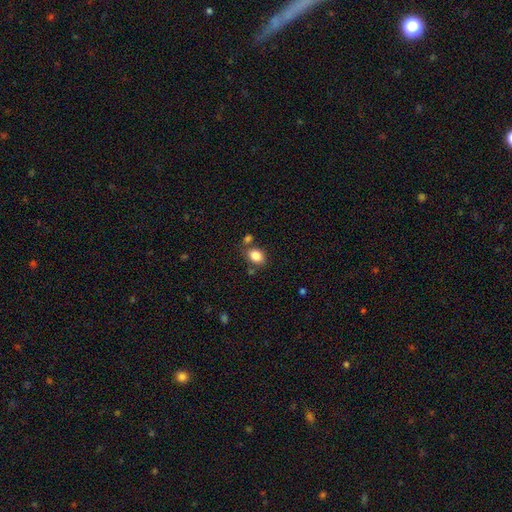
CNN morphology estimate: smooth 85%, star or artifact 10%, featured or disk 6%. Down the decision tree: how rounded — in between (62%); merging — none (70%).